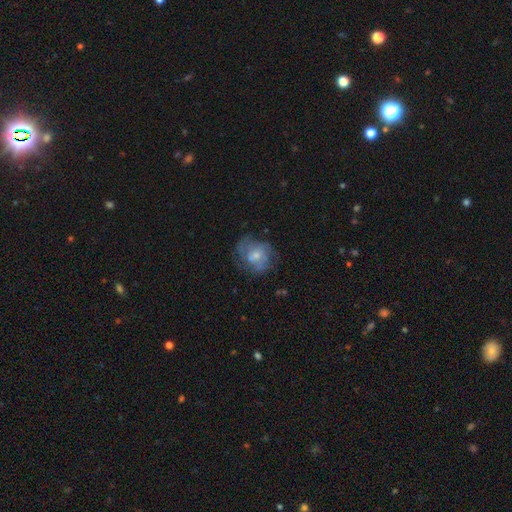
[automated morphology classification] This is possibly a featured or disk galaxy (53%). It is clearly not viewed edge-on (98%). Bar: likely no (79%). Spiral arm pattern: possibly yes (54%). Central bulge: possibly small (59%). Merging: possibly none (51%).